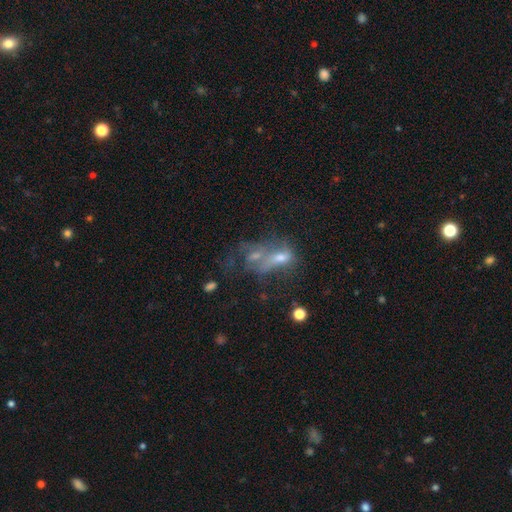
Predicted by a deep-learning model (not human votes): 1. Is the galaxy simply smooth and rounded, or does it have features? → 46% featured or disk, 33% smooth, 21% star or artifact.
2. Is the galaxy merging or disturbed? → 47% merger, 22% major disturbance, 21% none, 11% minor disturbance.